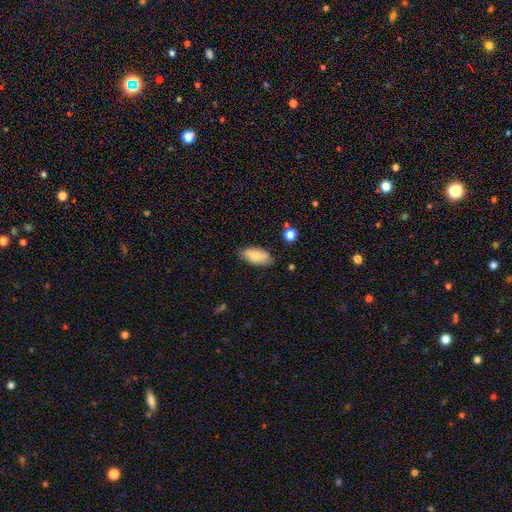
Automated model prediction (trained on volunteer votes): Q: Smooth or featured?
A: smooth (79%); runner-up: featured or disk (14%)
Q: How rounded?
A: in between (89%); runner-up: cigar-shaped (8%)
Q: Merging?
A: none (74%); runner-up: minor disturbance (21%)